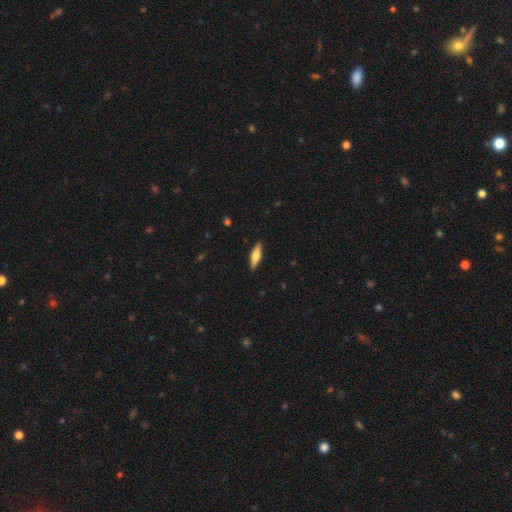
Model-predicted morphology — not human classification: The model was most divided on "smooth or featured": featured or disk: 48%, smooth: 46%, star or artifact: 6%. More confident: merging — none (90%).